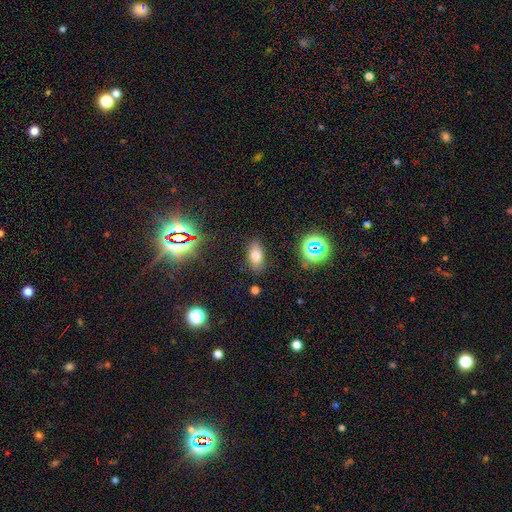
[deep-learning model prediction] smooth_or_featured: smooth (p=0.71) [alt: star or artifact p=0.17]
how_rounded: in between (p=0.87) [alt: round p=0.08]
merging: none (p=0.85) [alt: minor disturbance p=0.10]